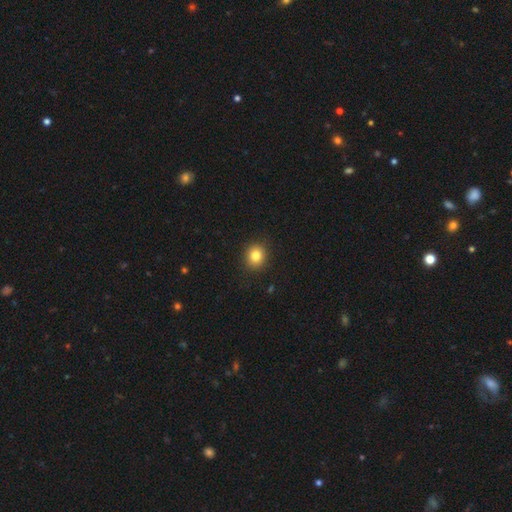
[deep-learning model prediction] A smooth galaxy with no disk features (83%) that is round (77%).

Vote fractions:
- Smooth or featured? smooth: 83% / star or artifact: 11% / featured or disk: 7%
- How rounded? round: 77% / in between: 22% / cigar-shaped: 1%
- Merging? none: 90% / minor disturbance: 7% / major disturbance: 2% / merger: 1%